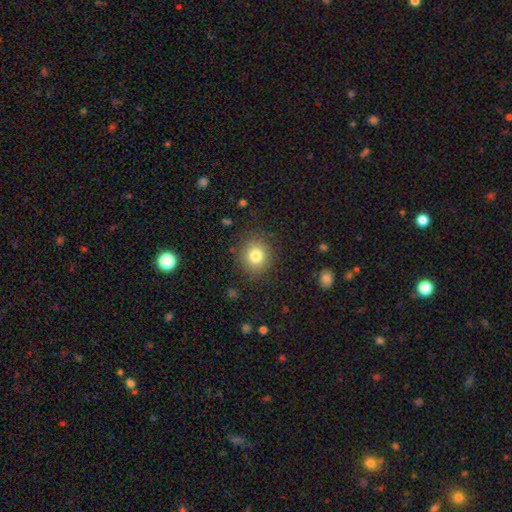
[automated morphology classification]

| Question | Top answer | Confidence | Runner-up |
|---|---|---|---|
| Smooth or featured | smooth | 80% | star or artifact (11%) |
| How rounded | round | 82% | in between (17%) |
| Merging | none | 86% | minor disturbance (9%) |